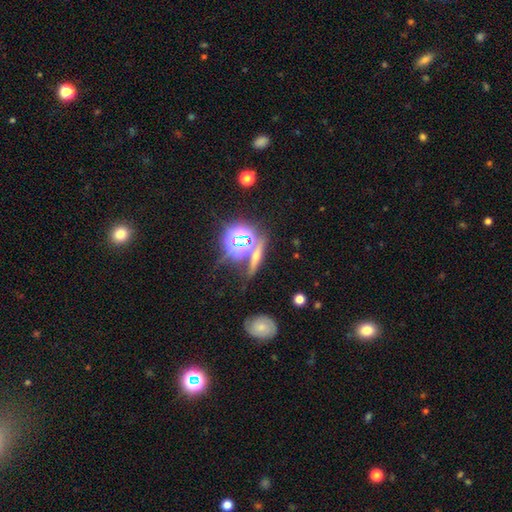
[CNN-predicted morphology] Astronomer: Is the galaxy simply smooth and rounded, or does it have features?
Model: star or artifact — 38% (runner-up: smooth, 33%).